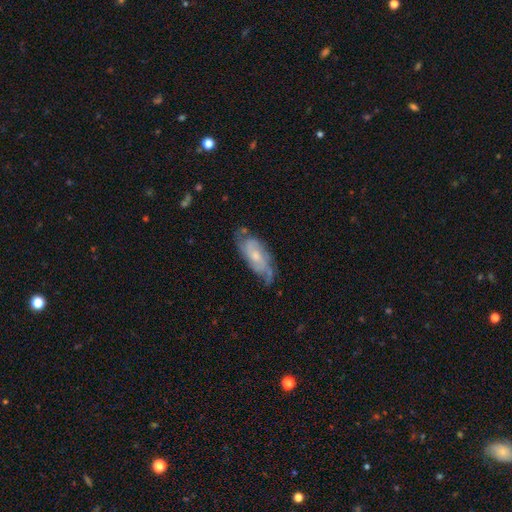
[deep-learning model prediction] Smooth or featured?
  - featured or disk: 74% *
  - smooth: 20%
  - star or artifact: 6%
Edge-on disk?
  - no: 90% *
  - yes: 10%
Bar?
  - no: 65% *
  - weak: 30%
  - strong: 5%
Spiral arms?
  - yes: 91% *
  - no: 9%
Spiral winding?
  - medium: 42% *
  - tight: 41%
  - loose: 17%
Spiral arm count?
  - 2: 37% *
  - can't tell: 32%
  - 3: 18%
  - 4: 6%
  - 1: 4%
  - more than 4: 3%
Bulge size?
  - moderate: 46% *
  - small: 45%
  - none: 5%
  - large: 3%
  - dominant: 1%
Merging?
  - none: 62% *
  - minor disturbance: 26%
  - major disturbance: 10%
  - merger: 2%